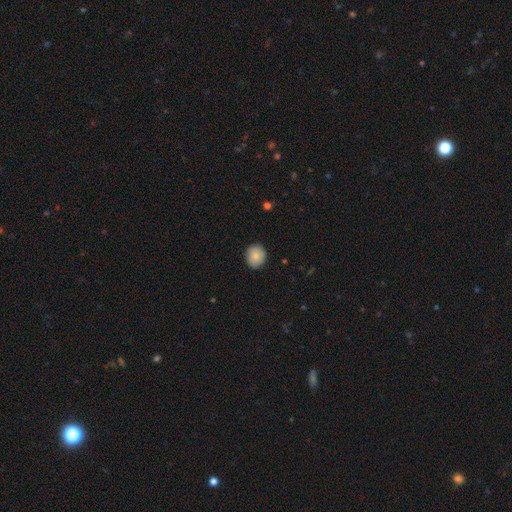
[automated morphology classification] Smooth or featured?
  - smooth: 85% *
  - featured or disk: 8%
  - star or artifact: 7%
How rounded?
  - round: 77% *
  - in between: 22%
  - cigar-shaped: 1%
Merging?
  - none: 88% *
  - minor disturbance: 10%
  - major disturbance: 2%
  - merger: 1%